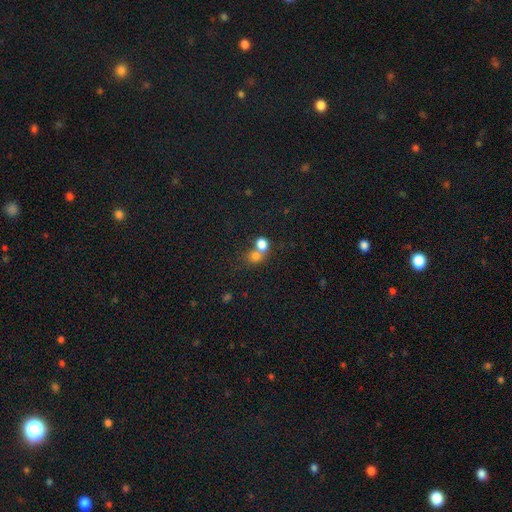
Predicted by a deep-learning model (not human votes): Smooth or featured?
  - smooth: 77% *
  - star or artifact: 13%
  - featured or disk: 10%
How rounded?
  - round: 73% *
  - in between: 26%
  - cigar-shaped: 1%
Merging?
  - merger: 54% *
  - none: 36%
  - minor disturbance: 7%
  - major disturbance: 4%